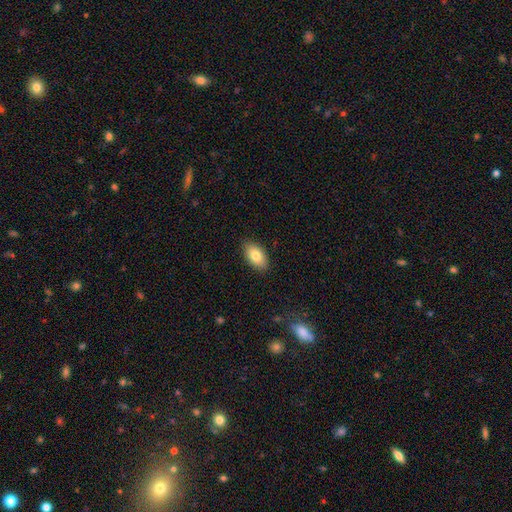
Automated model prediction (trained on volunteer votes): Smooth or featured?
  - smooth: 81% *
  - featured or disk: 12%
  - star or artifact: 7%
How rounded?
  - in between: 93% *
  - round: 5%
  - cigar-shaped: 2%
Merging?
  - none: 87% *
  - minor disturbance: 10%
  - major disturbance: 2%
  - merger: 1%